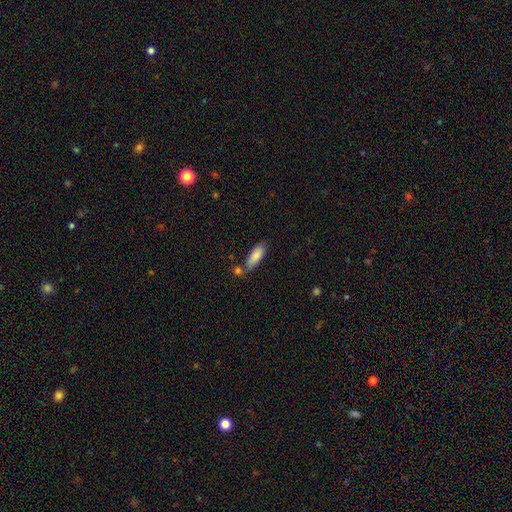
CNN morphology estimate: A smooth galaxy with no disk features (85%) that is in between round and cigar-shaped (65%).

Vote fractions:
- Smooth or featured? smooth: 85% / featured or disk: 9% / star or artifact: 6%
- How rounded? in between: 65% / cigar-shaped: 34% / round: 2%
- Merging? none: 63% / minor disturbance: 17% / merger: 16% / major disturbance: 4%